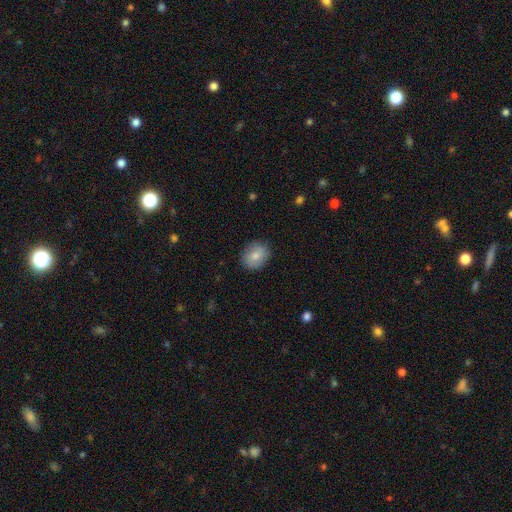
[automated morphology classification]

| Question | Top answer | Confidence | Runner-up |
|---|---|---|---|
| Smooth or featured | smooth | 76% | featured or disk (16%) |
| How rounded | round | 65% | in between (34%) |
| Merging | none | 85% | minor disturbance (11%) |